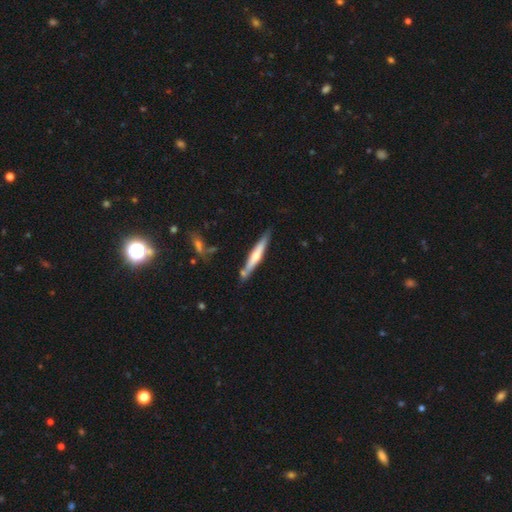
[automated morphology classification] A featured or disk galaxy (48%).

Vote fractions:
- Smooth or featured? featured or disk: 48% / smooth: 47% / star or artifact: 5%
- Merging? none: 78% / minor disturbance: 13% / merger: 6% / major disturbance: 2%